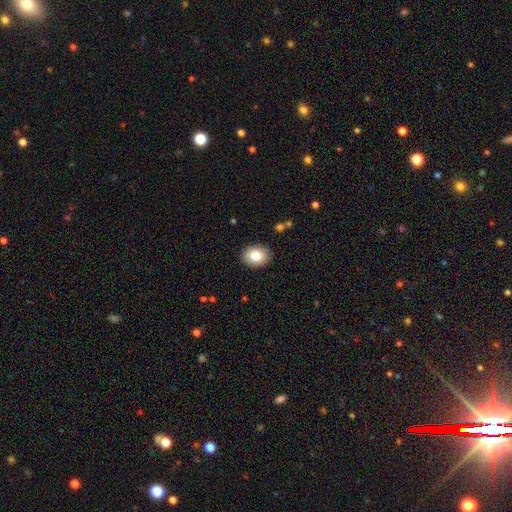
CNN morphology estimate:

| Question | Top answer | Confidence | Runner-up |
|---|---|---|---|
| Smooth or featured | smooth | 82% | featured or disk (10%) |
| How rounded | in between | 60% | round (39%) |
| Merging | none | 90% | minor disturbance (7%) |